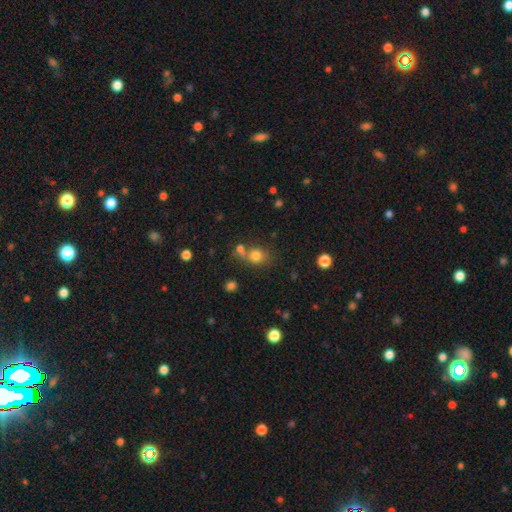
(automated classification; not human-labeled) Smooth or featured?
  - smooth: 77% *
  - star or artifact: 14%
  - featured or disk: 9%
How rounded?
  - round: 68% *
  - in between: 31%
  - cigar-shaped: 1%
Merging?
  - none: 55% *
  - merger: 27%
  - minor disturbance: 12%
  - major disturbance: 5%